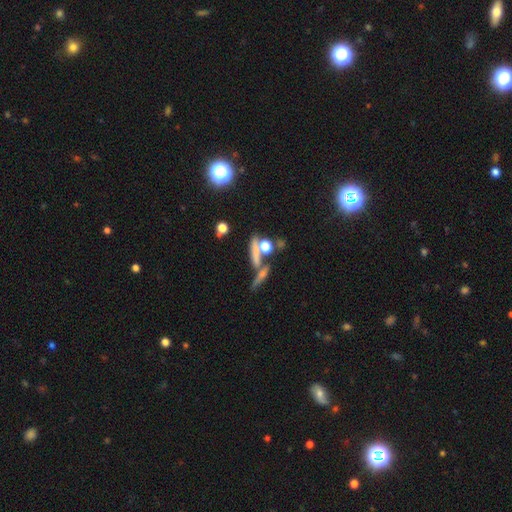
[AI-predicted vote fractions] A featured or disk galaxy (39%).

Vote fractions:
- Smooth or featured? featured or disk: 39% / smooth: 31% / star or artifact: 30%
- Merging? none: 46% / merger: 34% / minor disturbance: 11% / major disturbance: 9%